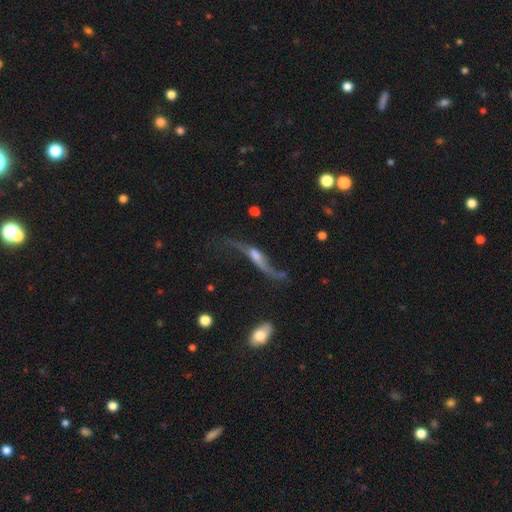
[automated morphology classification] A featured or disk galaxy (75%).

Vote fractions:
- Smooth or featured? featured or disk: 75% / smooth: 17% / star or artifact: 9%
- Edge-on disk? no: 57% / yes: 43%
- Merging? none: 41% / major disturbance: 30% / minor disturbance: 21% / merger: 9%